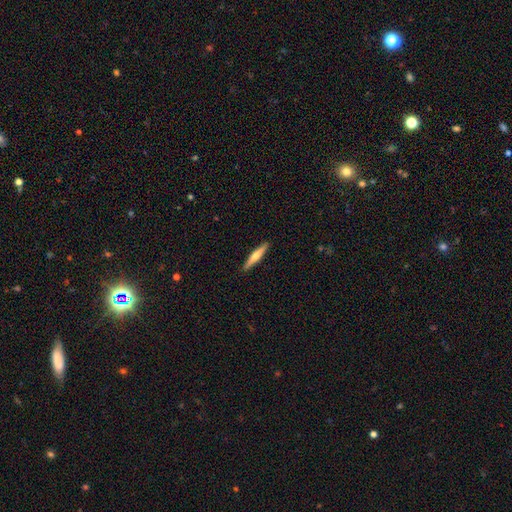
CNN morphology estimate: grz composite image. It shows a featured or disk galaxy (49%). Merging: none (91%).